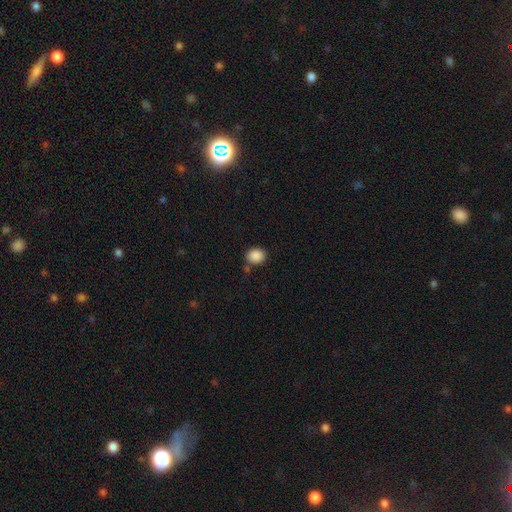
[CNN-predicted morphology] A smooth galaxy with no disk features (88%) that is round (59%).

Vote fractions:
- Smooth or featured? smooth: 88% / star or artifact: 9% / featured or disk: 3%
- How rounded? round: 59% / in between: 40% / cigar-shaped: 1%
- Merging? none: 79% / minor disturbance: 11% / merger: 7% / major disturbance: 3%